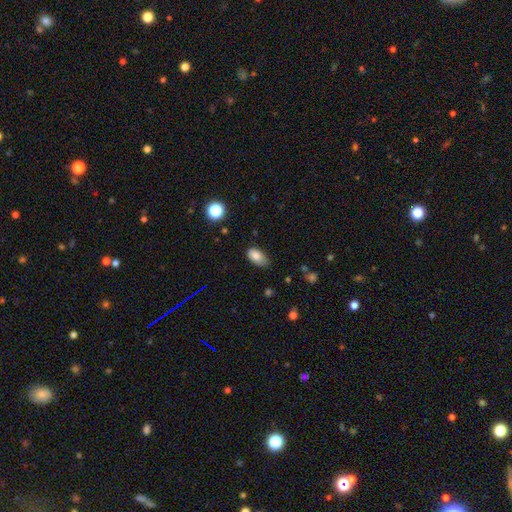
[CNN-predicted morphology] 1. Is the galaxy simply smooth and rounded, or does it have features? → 84% smooth, 9% star or artifact, 7% featured or disk.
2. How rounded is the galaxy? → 92% in between, 5% round, 3% cigar-shaped.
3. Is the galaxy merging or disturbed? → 63% none, 30% minor disturbance, 6% major disturbance, 2% merger.